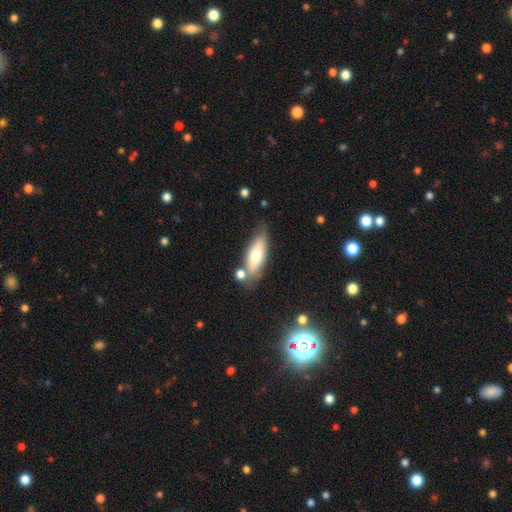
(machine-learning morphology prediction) The model was most divided on "how rounded": in between: 64%, cigar-shaped: 33%, round: 3%. More confident: smooth or featured — smooth (67%); merging — none (64%).